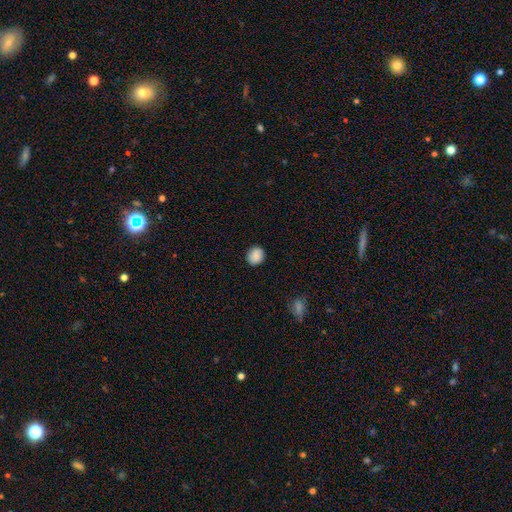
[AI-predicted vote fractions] smooth_or_featured: smooth (p=0.86) [alt: star or artifact p=0.09]
how_rounded: round (p=0.81) [alt: in between p=0.18]
merging: none (p=0.87) [alt: minor disturbance p=0.09]